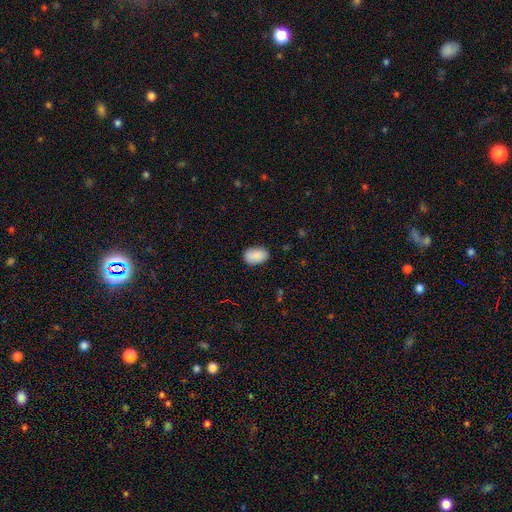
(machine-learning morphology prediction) This is clearly a smooth galaxy (88%). How rounded: clearly in between (91%). Merging: clearly none (81%).